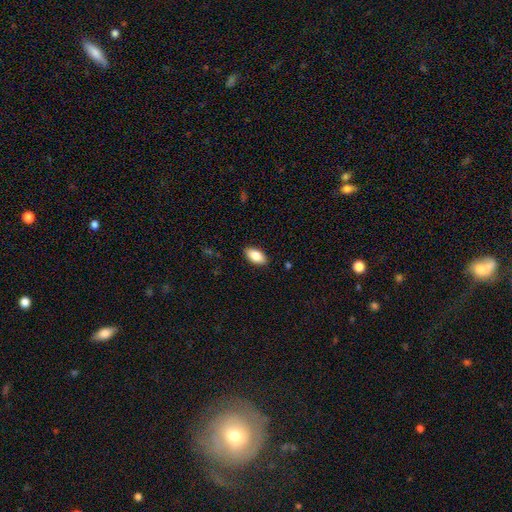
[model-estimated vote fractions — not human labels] Smooth or featured? smooth (85%)
How rounded? in between (92%)
Merging? none (88%)